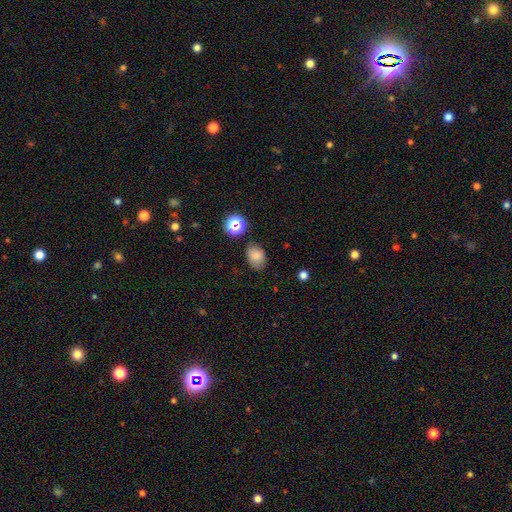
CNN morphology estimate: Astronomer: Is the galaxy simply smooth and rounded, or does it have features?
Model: smooth — 80%.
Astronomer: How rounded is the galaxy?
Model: in between — 72%.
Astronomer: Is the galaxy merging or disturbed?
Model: none — 76%.